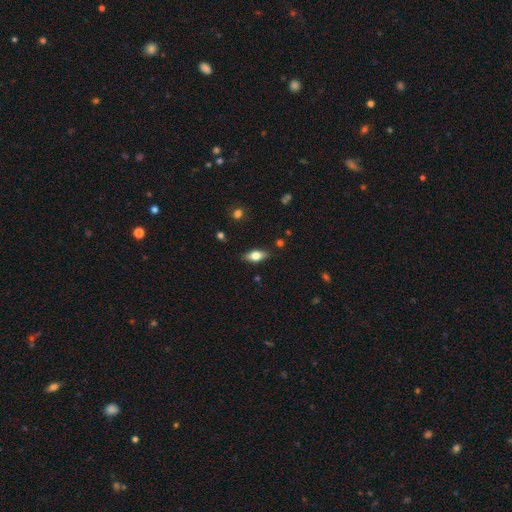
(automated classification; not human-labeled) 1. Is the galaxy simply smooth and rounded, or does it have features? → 66% smooth, 26% featured or disk, 7% star or artifact.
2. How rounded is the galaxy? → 81% in between, 15% cigar-shaped, 4% round.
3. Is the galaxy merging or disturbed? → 84% none, 12% minor disturbance, 3% major disturbance, 1% merger.